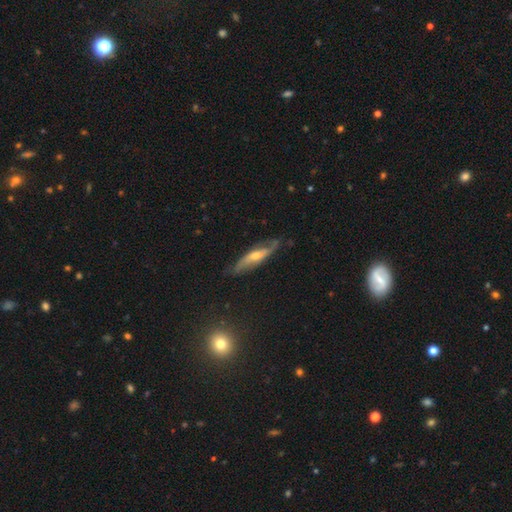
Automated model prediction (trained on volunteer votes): Q: Smooth or featured?
A: featured or disk (72%); runner-up: smooth (21%)
Q: Edge-on disk?
A: no (58%); runner-up: yes (42%)
Q: Merging?
A: none (73%); runner-up: minor disturbance (20%)